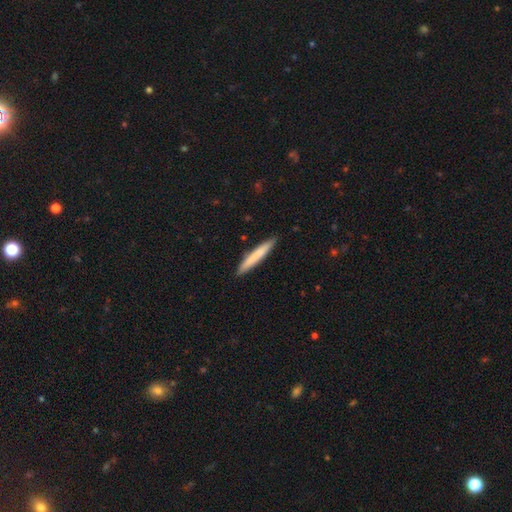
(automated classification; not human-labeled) Morphology: type=smooth (74%); roundness=cigar-shaped (95%); merging=none (91%).